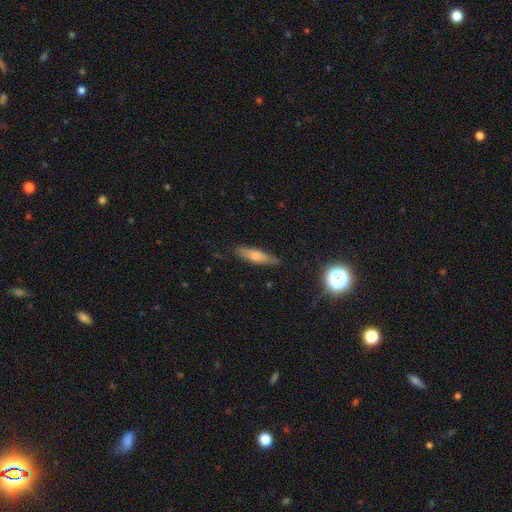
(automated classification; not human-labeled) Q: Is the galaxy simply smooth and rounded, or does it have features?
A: smooth — 65%.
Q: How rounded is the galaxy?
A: cigar-shaped — 67%.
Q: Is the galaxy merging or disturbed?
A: none — 79%.